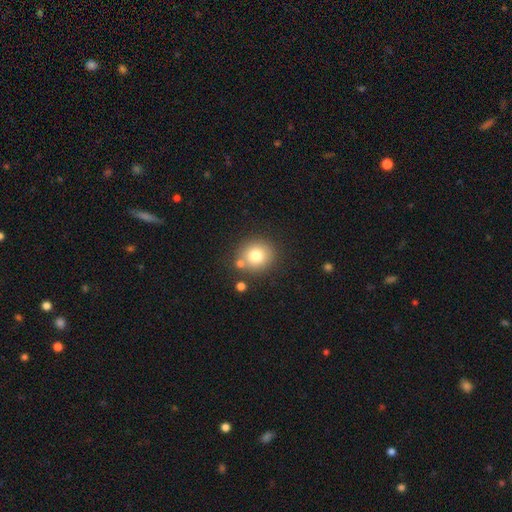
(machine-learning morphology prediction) smooth_or_featured: smooth (p=0.78) [alt: star or artifact p=0.11]
how_rounded: round (p=0.87) [alt: in between p=0.13]
merging: none (p=0.79) [alt: minor disturbance p=0.09]